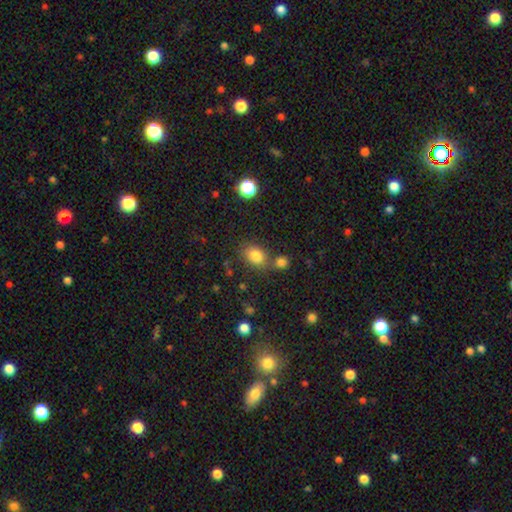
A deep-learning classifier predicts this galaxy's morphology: This is clearly a smooth galaxy (81%). How rounded: likely in between (64%). Merging: likely none (64%).